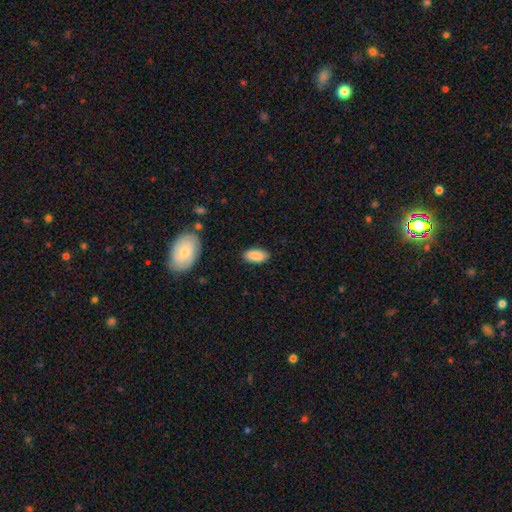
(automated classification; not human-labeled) Q: Smooth or featured?
A: smooth (87%); runner-up: star or artifact (6%)
Q: How rounded?
A: in between (90%); runner-up: cigar-shaped (7%)
Q: Merging?
A: none (85%); runner-up: minor disturbance (11%)